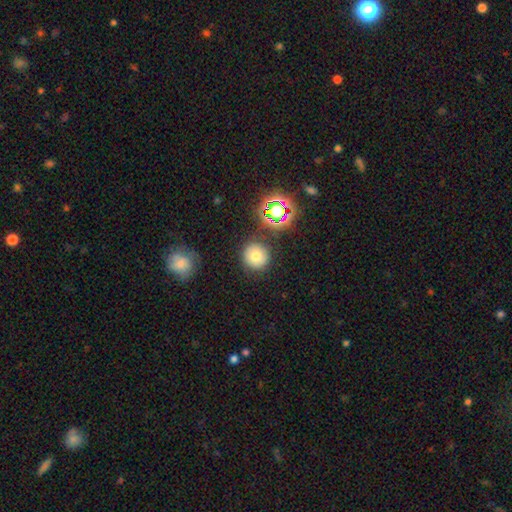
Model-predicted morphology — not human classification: This appears to be a smooth galaxy with no disk features (72%) that is round (93%). Merging: none (84%).